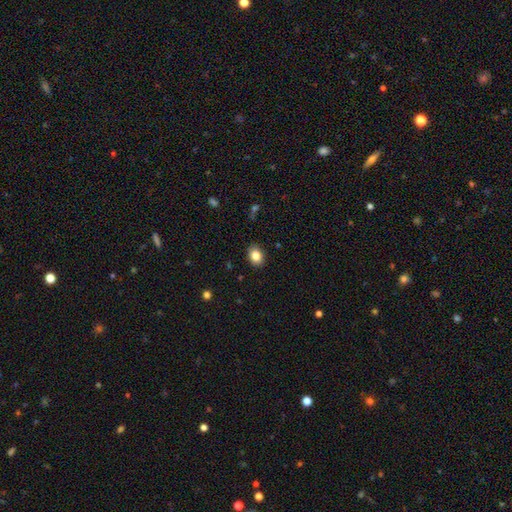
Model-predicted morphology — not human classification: This is clearly a smooth galaxy (84%). How rounded: likely in between (65%). Merging: clearly none (88%).